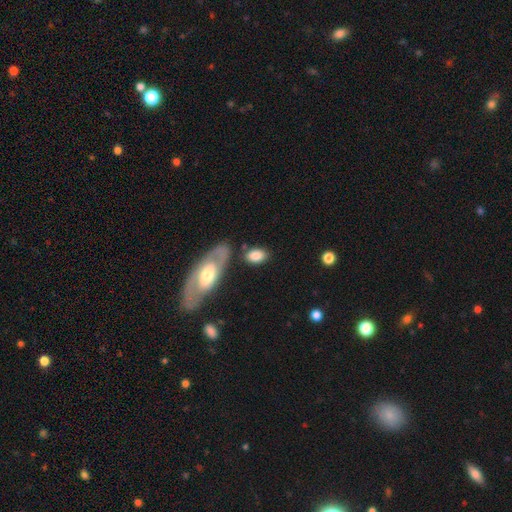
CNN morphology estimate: This is clearly a smooth galaxy (81%). How rounded: clearly in between (88%). Merging: likely none (68%).